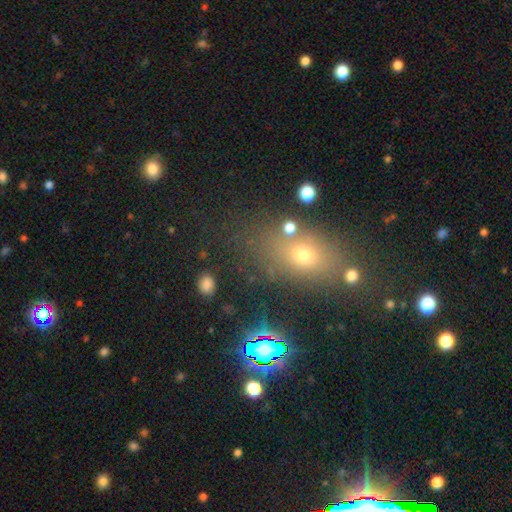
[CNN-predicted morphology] The model was most divided on "smooth or featured": smooth: 53%, star or artifact: 32%, featured or disk: 15%. More confident: merging — none (76%); how rounded — in between (62%).